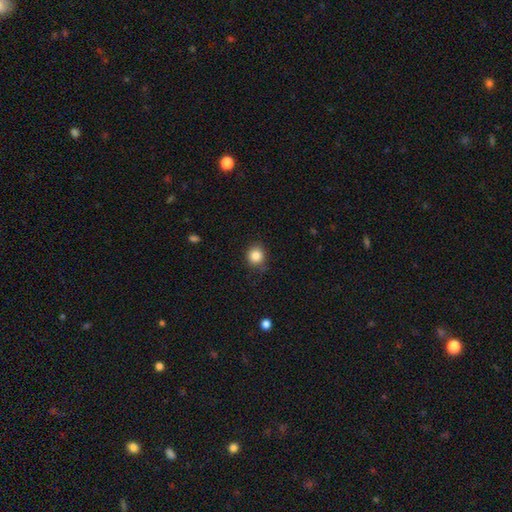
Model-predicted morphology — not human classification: A smooth galaxy with no disk features (85%) that is round (85%). Merging: none (80%).